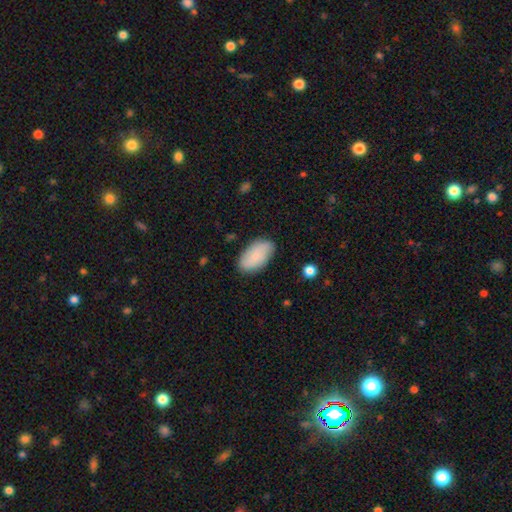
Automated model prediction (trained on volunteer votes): A smooth galaxy with no disk features (82%) that is in between round and cigar-shaped (94%).

Vote fractions:
- Smooth or featured? smooth: 82% / featured or disk: 12% / star or artifact: 6%
- How rounded? in between: 94% / round: 3% / cigar-shaped: 3%
- Merging? none: 82% / minor disturbance: 13% / major disturbance: 3% / merger: 1%